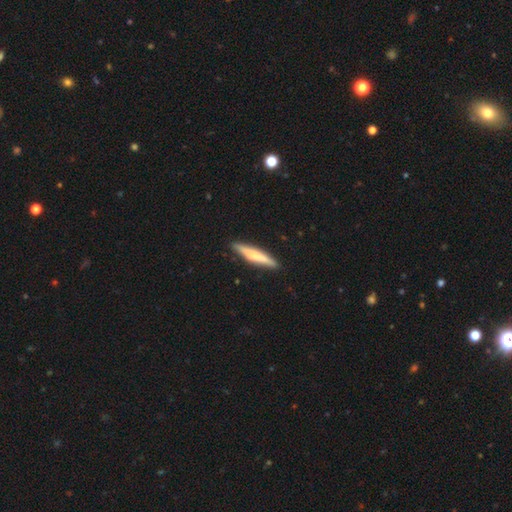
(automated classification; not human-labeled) Smooth or featured? smooth (59%)
How rounded? cigar-shaped (91%)
Merging? none (89%)